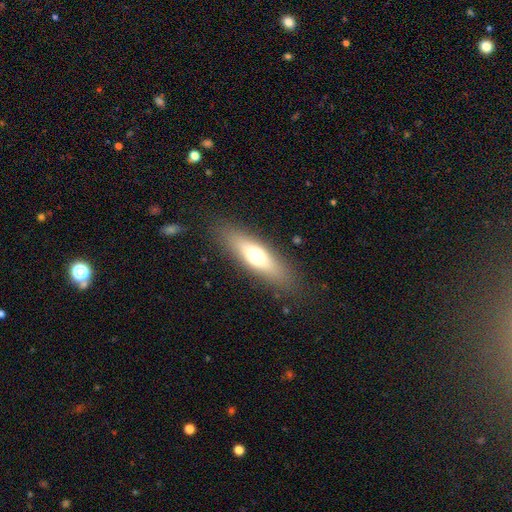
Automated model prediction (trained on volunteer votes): Q: Smooth or featured?
A: smooth (60%); runner-up: featured or disk (32%)
Q: How rounded?
A: cigar-shaped (52%); runner-up: in between (45%)
Q: Merging?
A: none (85%); runner-up: minor disturbance (10%)